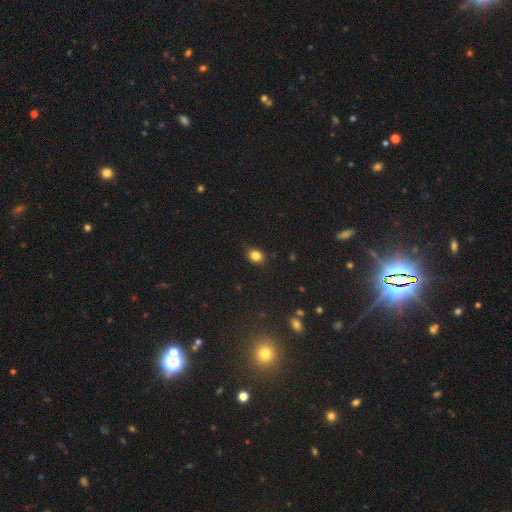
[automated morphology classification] This is clearly a smooth galaxy (83%). How rounded: possibly round (50%). Merging: clearly none (84%).